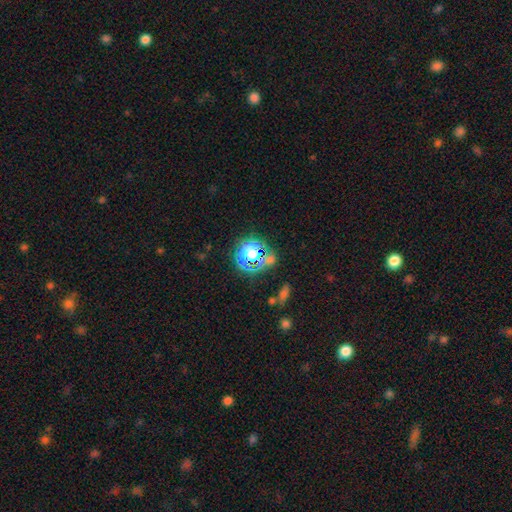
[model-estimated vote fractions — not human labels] smooth_or_featured: star or artifact (p=0.71) [alt: smooth p=0.20]